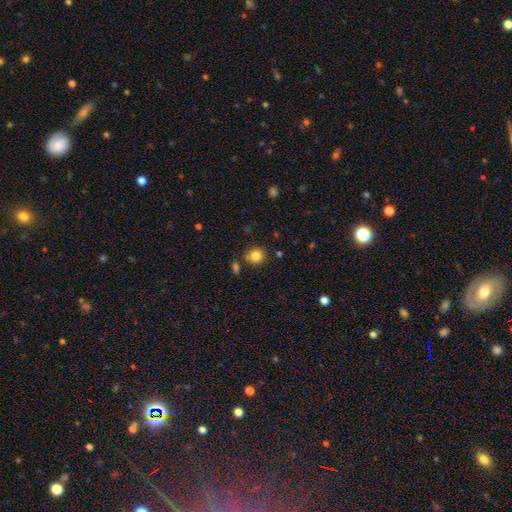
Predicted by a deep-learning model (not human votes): Smooth or featured?
  - smooth: 83% *
  - star or artifact: 11%
  - featured or disk: 6%
How rounded?
  - round: 81% *
  - in between: 18%
  - cigar-shaped: 1%
Merging?
  - none: 81% *
  - minor disturbance: 10%
  - merger: 6%
  - major disturbance: 3%